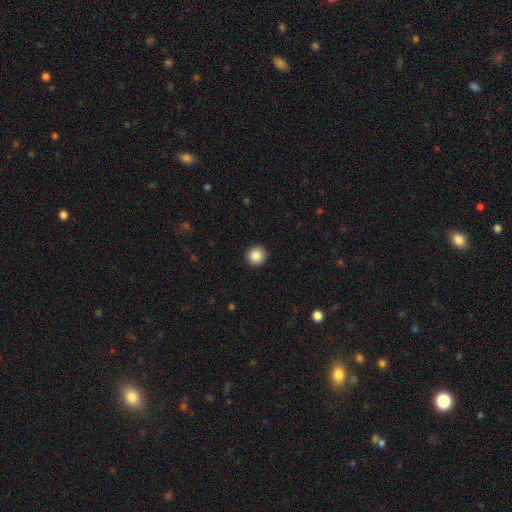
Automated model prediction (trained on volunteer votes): Morphology: type=smooth (87%); roundness=round (93%); merging=none (93%).